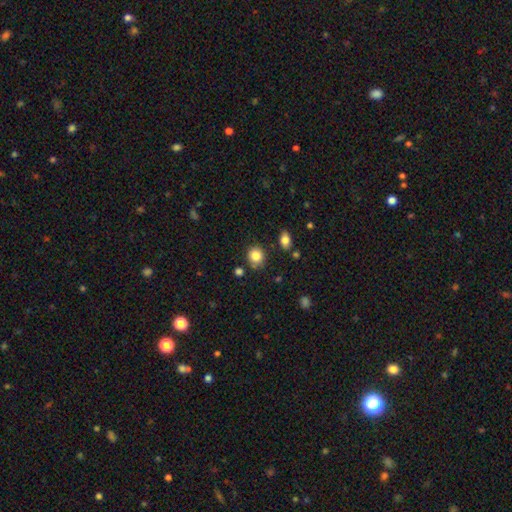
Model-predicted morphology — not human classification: smooth 84%, star or artifact 10%, featured or disk 6%. Down the decision tree: how rounded — round (76%); merging — none (79%).